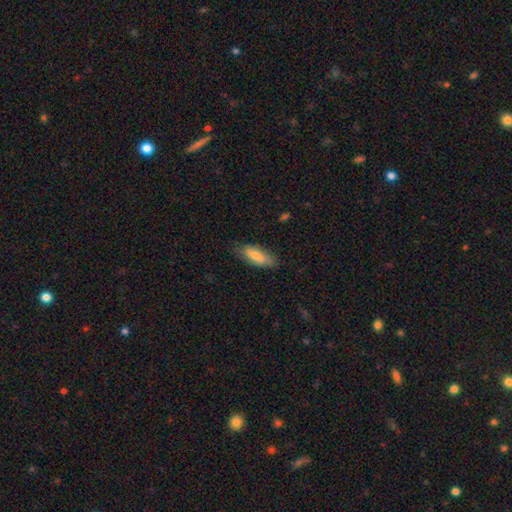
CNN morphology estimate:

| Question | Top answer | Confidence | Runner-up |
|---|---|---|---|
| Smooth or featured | smooth | 73% | featured or disk (21%) |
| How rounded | in between | 70% | cigar-shaped (28%) |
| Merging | none | 77% | minor disturbance (18%) |